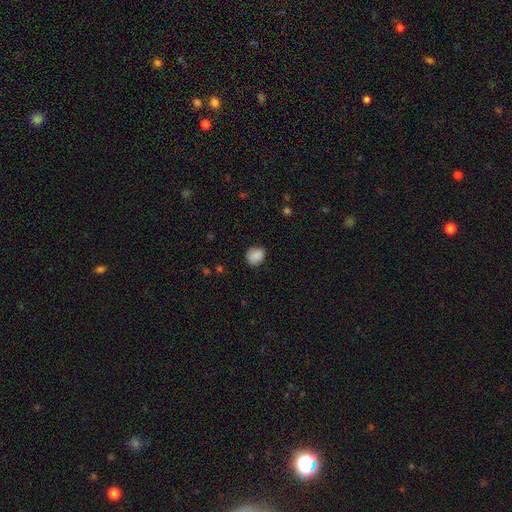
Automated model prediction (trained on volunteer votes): smooth_or_featured: smooth (p=0.87) [alt: star or artifact p=0.09]
how_rounded: round (p=0.67) [alt: in between p=0.32]
merging: none (p=0.81) [alt: minor disturbance p=0.15]